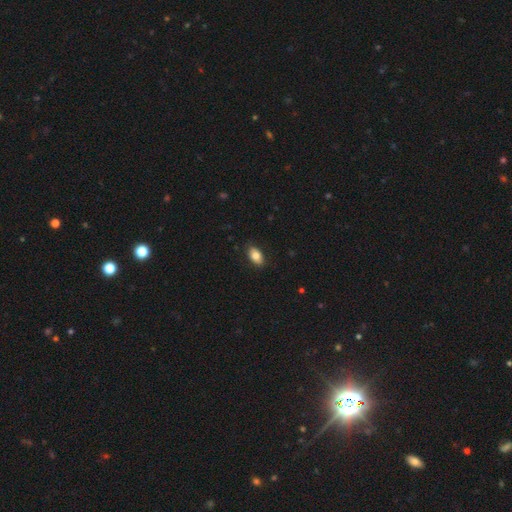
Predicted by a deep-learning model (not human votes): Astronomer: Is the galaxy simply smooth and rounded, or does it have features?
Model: smooth — 80%.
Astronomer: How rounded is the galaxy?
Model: in between — 91%.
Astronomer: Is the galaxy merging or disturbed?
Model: none — 86%.